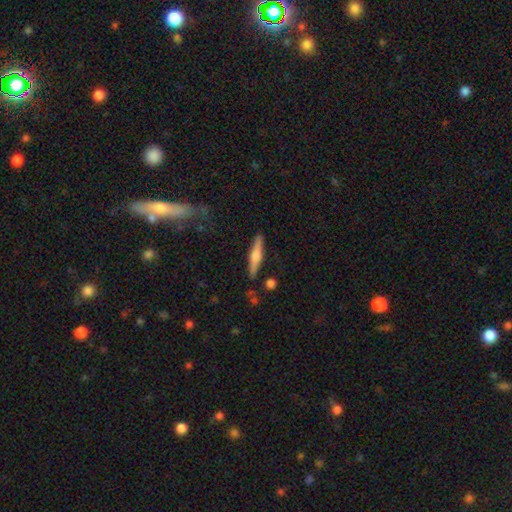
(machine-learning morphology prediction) A featured or disk galaxy (56%) viewed edge-on (96%) with a rounded central bulge (86%).

Vote fractions:
- Smooth or featured? featured or disk: 56% / smooth: 38% / star or artifact: 6%
- Edge-on disk? yes: 96% / no: 4%
- Edge-on bulge? rounded: 86% / boxy: 8% / none: 6%
- Merging? none: 86% / minor disturbance: 9% / merger: 2% / major disturbance: 2%